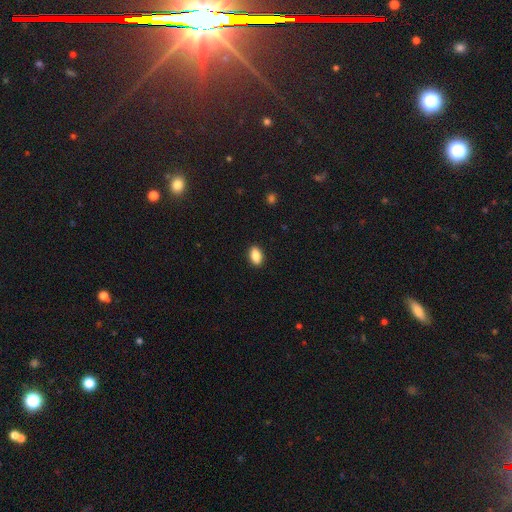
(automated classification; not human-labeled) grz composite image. It shows a smooth galaxy with no disk features (88%) that is in between round and cigar-shaped (90%). Merging: none (90%).